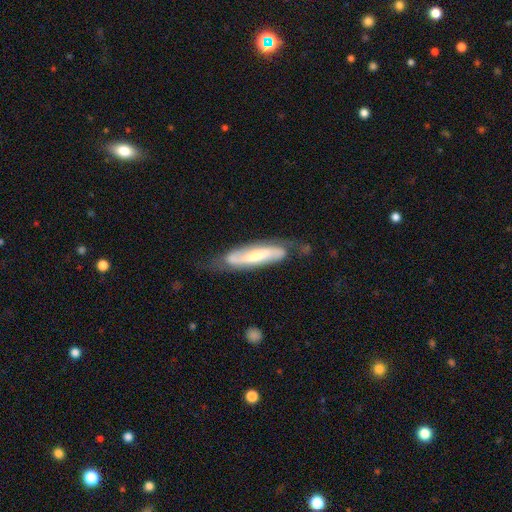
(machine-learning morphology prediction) Q: Smooth or featured?
A: featured or disk (73%); runner-up: smooth (22%)
Q: Edge-on disk?
A: no (75%); runner-up: yes (25%)
Q: Bar?
A: strong (36%); runner-up: weak (32%)
Q: Spiral arms?
A: yes (91%); runner-up: no (9%)
Q: Bulge size?
A: moderate (46%); runner-up: small (38%)
Q: Merging?
A: none (63%); runner-up: minor disturbance (25%)